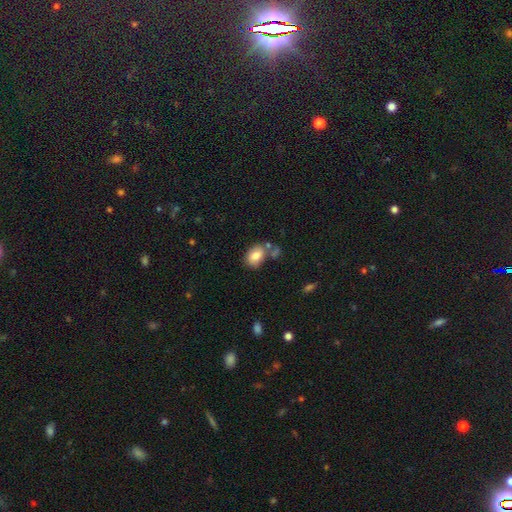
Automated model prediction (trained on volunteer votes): Smooth or featured? smooth (80%)
How rounded? in between (81%)
Merging? none (56%)